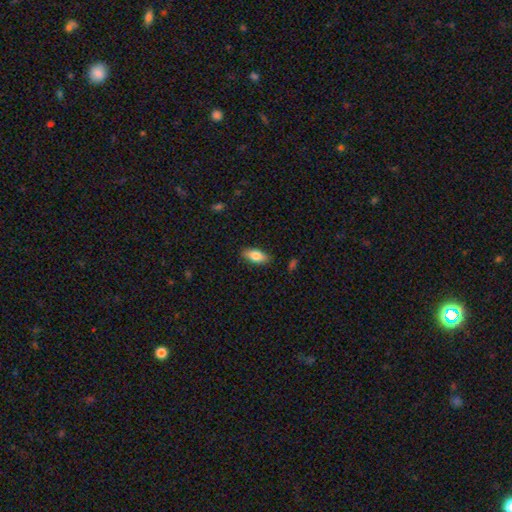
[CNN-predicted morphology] smooth 82%, featured or disk 12%, star or artifact 6%. Down the decision tree: how rounded — in between (87%); merging — none (86%).